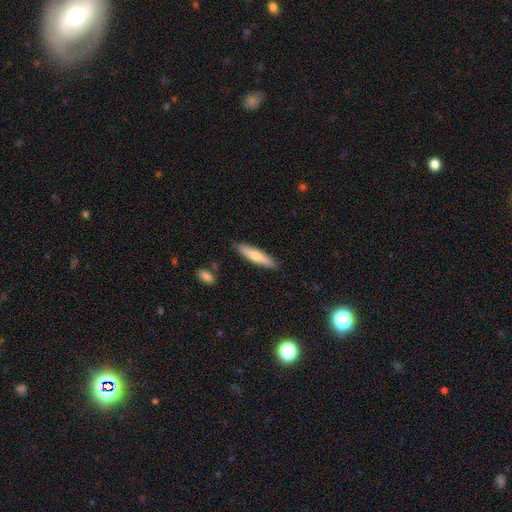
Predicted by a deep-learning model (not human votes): The model was most divided on "smooth or featured": smooth: 66%, featured or disk: 28%, star or artifact: 5%. More confident: merging — none (86%); how rounded — cigar-shaped (81%).